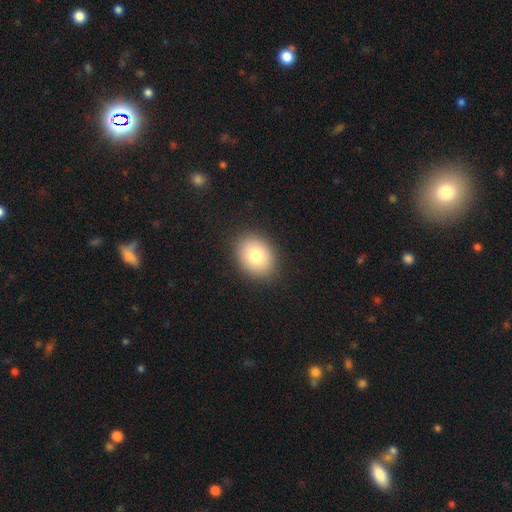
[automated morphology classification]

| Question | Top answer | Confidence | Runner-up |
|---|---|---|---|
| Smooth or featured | smooth | 79% | featured or disk (12%) |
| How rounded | in between | 61% | round (38%) |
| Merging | none | 89% | minor disturbance (8%) |